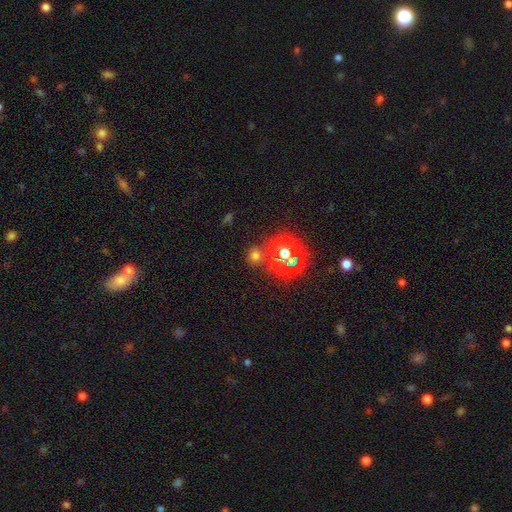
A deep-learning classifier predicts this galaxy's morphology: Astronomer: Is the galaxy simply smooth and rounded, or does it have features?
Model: smooth — 57% (runner-up: star or artifact, 36%).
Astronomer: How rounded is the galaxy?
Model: round — 78%.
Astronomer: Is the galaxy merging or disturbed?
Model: none — 76%.